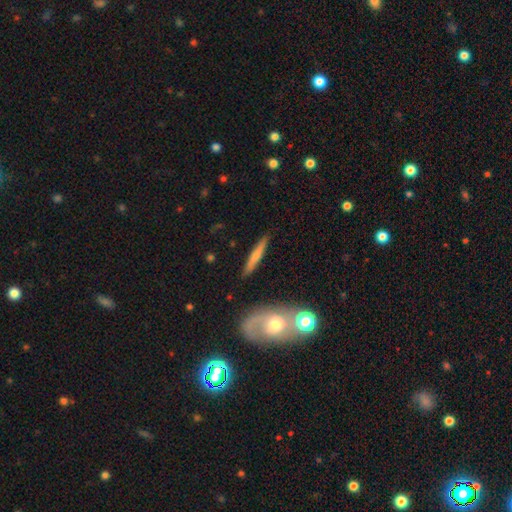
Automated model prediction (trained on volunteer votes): This is possibly a smooth galaxy (57%). How rounded: clearly cigar-shaped (92%). Merging: clearly none (86%).